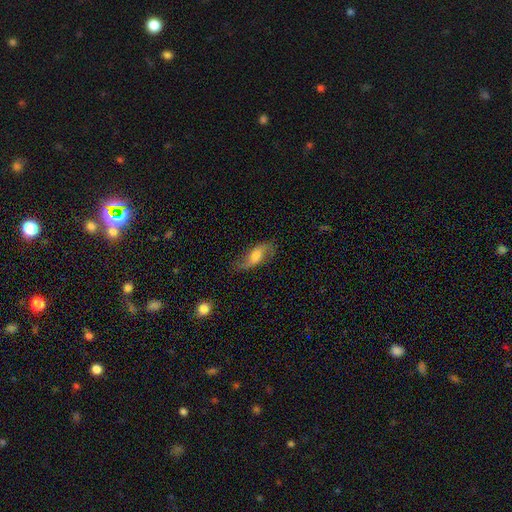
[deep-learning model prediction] Smooth or featured? featured or disk (57%)
Edge-on disk? no (86%)
Merging? none (70%)